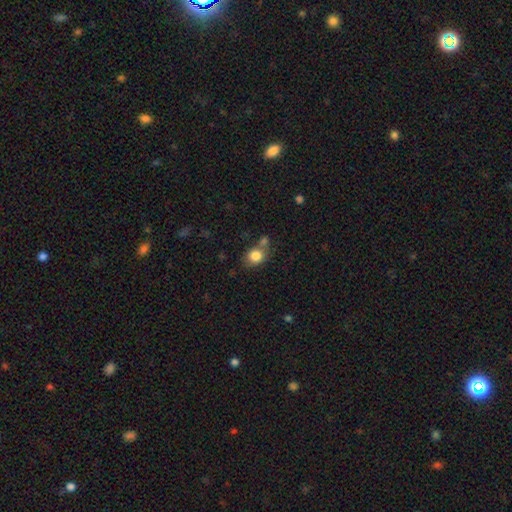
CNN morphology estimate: This appears to be a smooth galaxy with no disk features (83%) that is round (60%). Merging: none (55%).